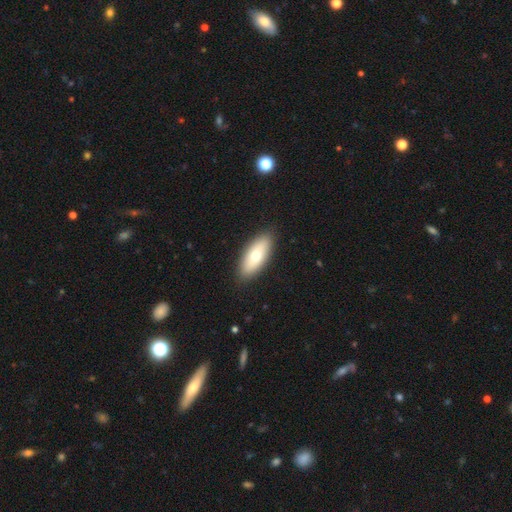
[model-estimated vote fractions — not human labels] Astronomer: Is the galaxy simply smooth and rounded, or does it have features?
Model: smooth — 70%.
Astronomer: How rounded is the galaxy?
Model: in between — 80%.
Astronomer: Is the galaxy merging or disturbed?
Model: none — 89%.